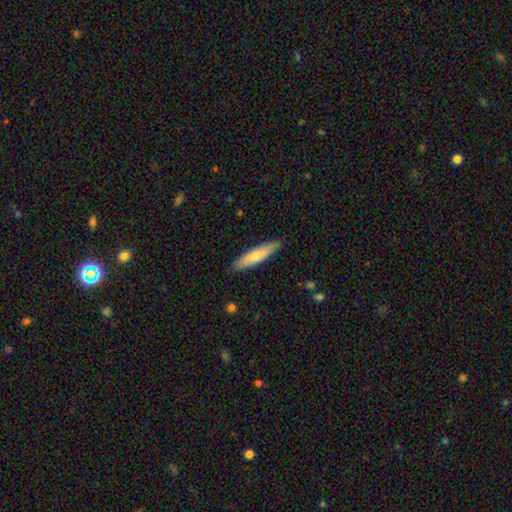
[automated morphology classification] Smooth or featured? smooth (70%)
How rounded? cigar-shaped (77%)
Merging? none (88%)